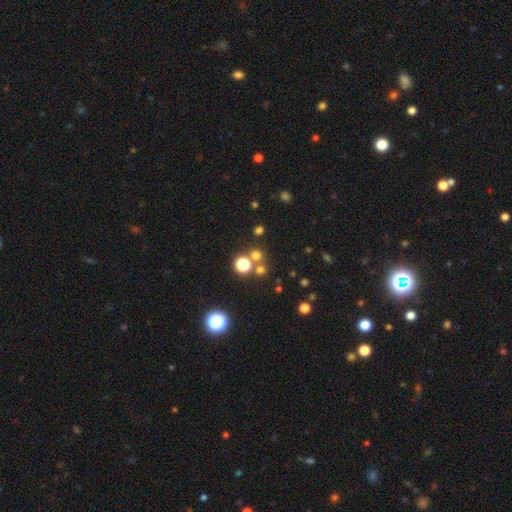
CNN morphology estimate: A smooth galaxy with no disk features (63%) that is round (91%). Merging: none (71%).